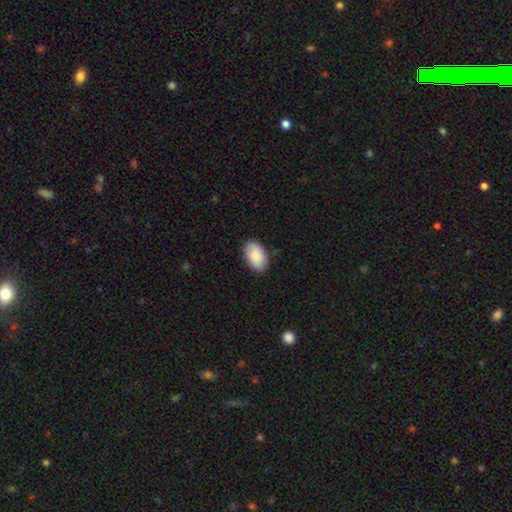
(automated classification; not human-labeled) The model was most divided on "merging": none: 87%, minor disturbance: 10%, major disturbance: 2%, merger: 1%. More confident: how rounded — in between (93%); smooth or featured — smooth (88%).